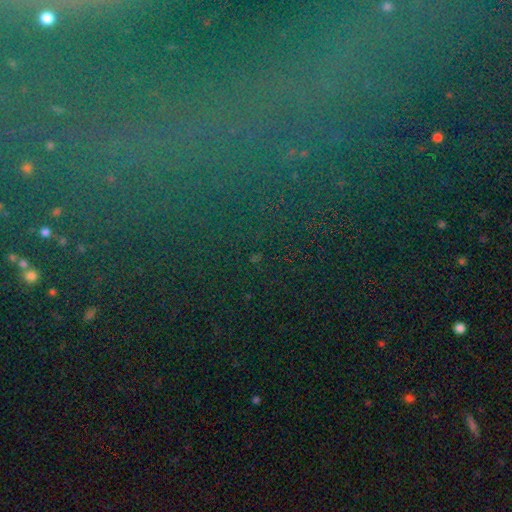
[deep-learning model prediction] Smooth or featured?
  - star or artifact: 69% *
  - featured or disk: 16%
  - smooth: 15%